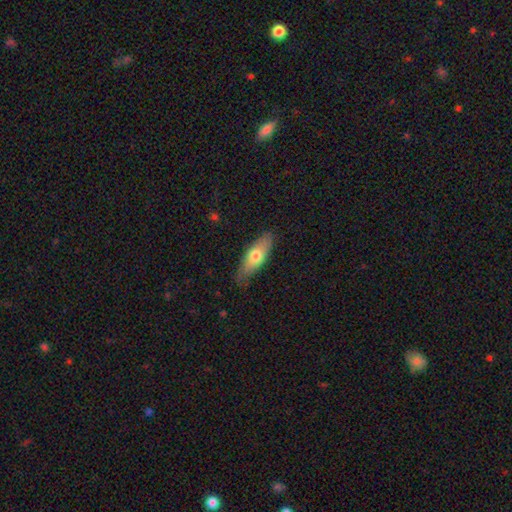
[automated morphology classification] Q: Smooth or featured?
A: smooth (65%); runner-up: featured or disk (29%)
Q: How rounded?
A: in between (65%); runner-up: cigar-shaped (32%)
Q: Merging?
A: none (75%); runner-up: minor disturbance (20%)